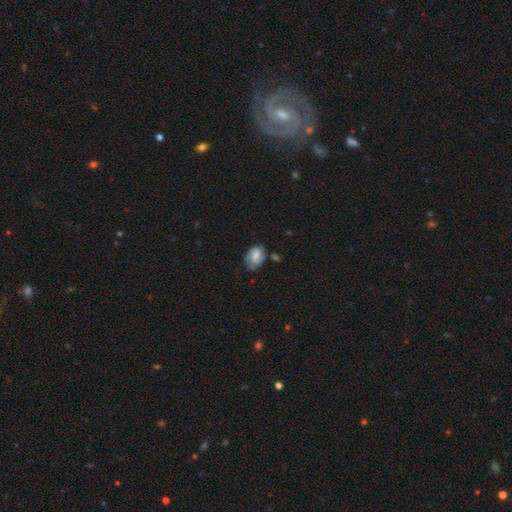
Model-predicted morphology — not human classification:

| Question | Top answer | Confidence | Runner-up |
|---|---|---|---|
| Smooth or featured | smooth | 59% | featured or disk (32%) |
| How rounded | in between | 74% | round (24%) |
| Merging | none | 49% | minor disturbance (32%) |